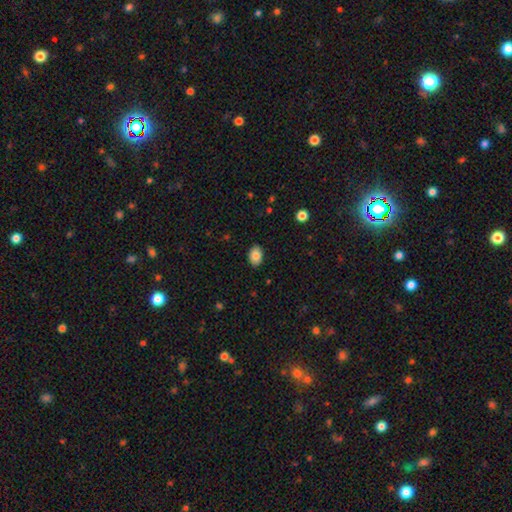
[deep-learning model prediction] This is clearly a smooth galaxy (85%). How rounded: clearly in between (81%). Merging: clearly none (88%).